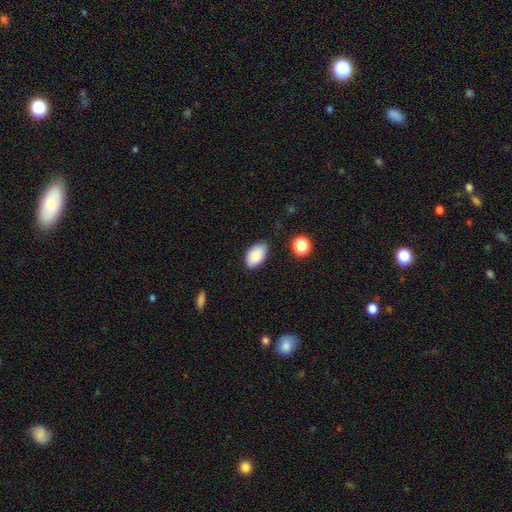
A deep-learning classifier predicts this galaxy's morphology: A smooth galaxy with no disk features (84%) that is in between round and cigar-shaped (94%).

Vote fractions:
- Smooth or featured? smooth: 84% / featured or disk: 9% / star or artifact: 8%
- How rounded? in between: 94% / round: 5% / cigar-shaped: 1%
- Merging? none: 81% / minor disturbance: 15% / major disturbance: 3% / merger: 2%